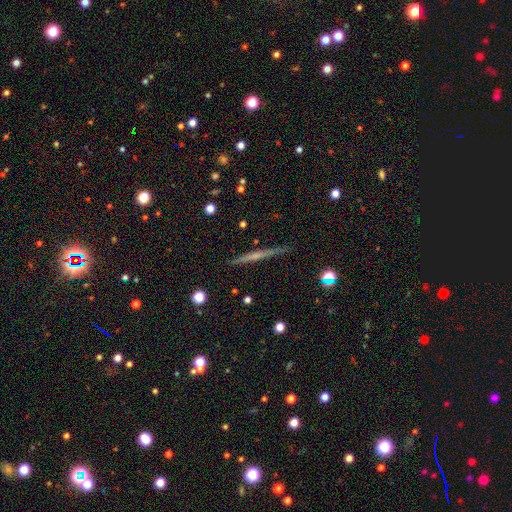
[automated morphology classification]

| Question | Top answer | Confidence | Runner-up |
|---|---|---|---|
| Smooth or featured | featured or disk | 59% | smooth (33%) |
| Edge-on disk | yes | 97% | no (3%) |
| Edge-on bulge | none | 67% | rounded (25%) |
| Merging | none | 88% | minor disturbance (9%) |